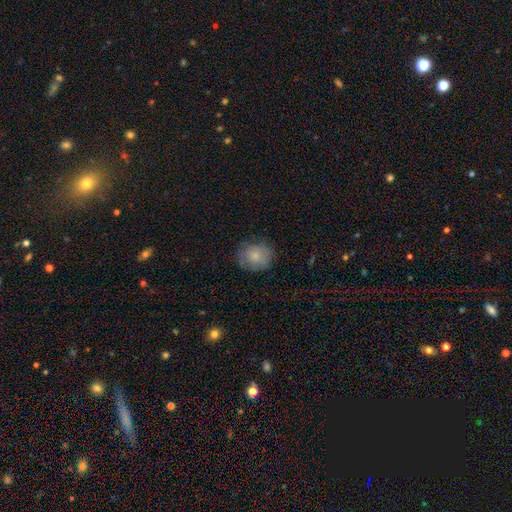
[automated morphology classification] Overall: smooth (78%). How rounded: round (71%). Merging: none (75%).